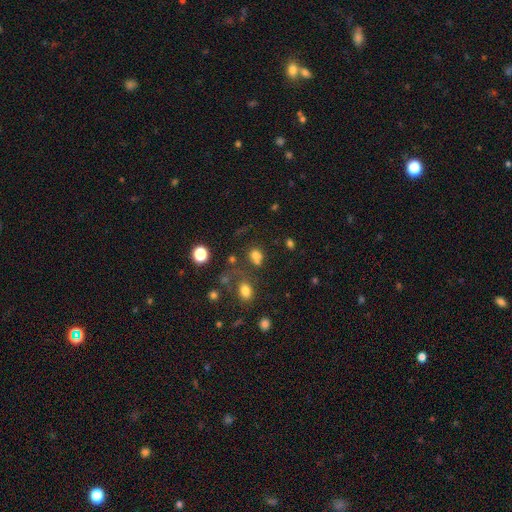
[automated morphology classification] smooth_or_featured: smooth (p=0.67) [alt: star or artifact p=0.23]
how_rounded: round (p=0.60) [alt: in between p=0.38]
merging: none (p=0.47) [alt: merger p=0.27]